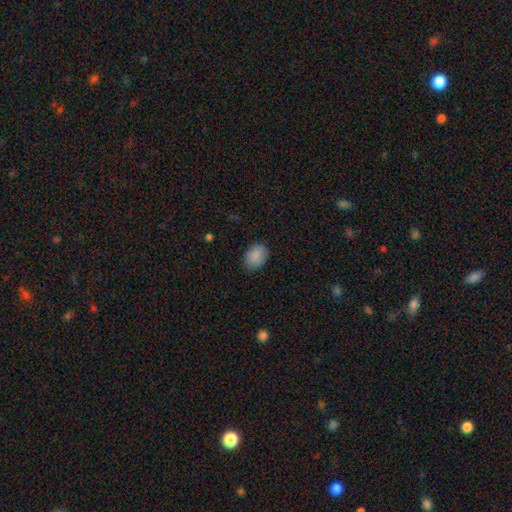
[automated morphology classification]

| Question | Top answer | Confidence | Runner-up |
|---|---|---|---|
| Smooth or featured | smooth | 88% | star or artifact (8%) |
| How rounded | in between | 74% | round (25%) |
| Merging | none | 81% | minor disturbance (15%) |